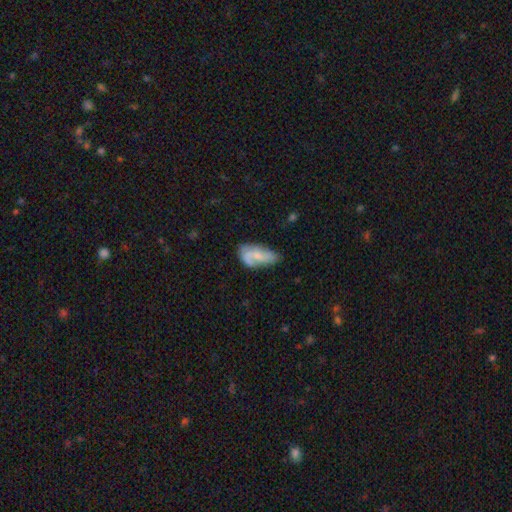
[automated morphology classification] This is possibly a smooth galaxy (48%). Merging: possibly none (46%).